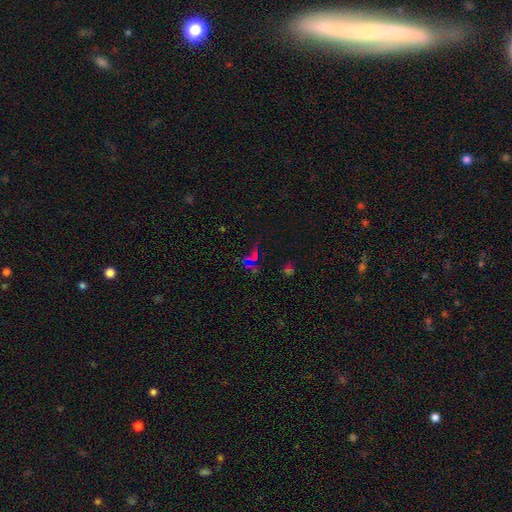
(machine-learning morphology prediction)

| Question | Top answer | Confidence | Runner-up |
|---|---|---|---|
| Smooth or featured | star or artifact | 63% | smooth (24%) |